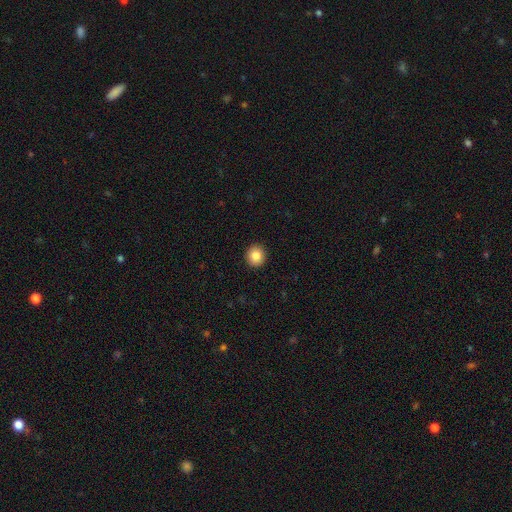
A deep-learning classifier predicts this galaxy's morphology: A smooth galaxy with no disk features (86%) that is round (86%).

Vote fractions:
- Smooth or featured? smooth: 86% / star or artifact: 9% / featured or disk: 5%
- How rounded? round: 86% / in between: 13% / cigar-shaped: 1%
- Merging? none: 93% / minor disturbance: 5% / major disturbance: 2% / merger: 1%